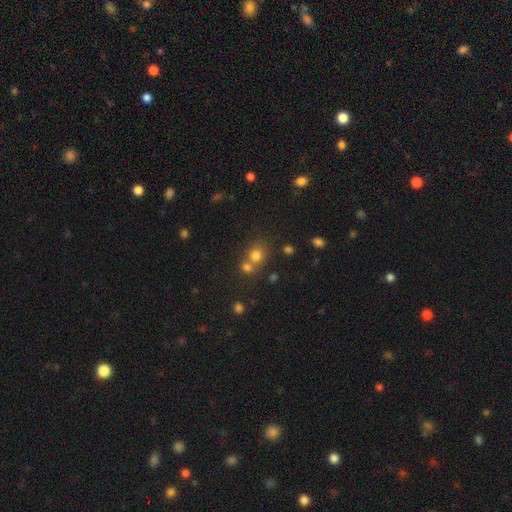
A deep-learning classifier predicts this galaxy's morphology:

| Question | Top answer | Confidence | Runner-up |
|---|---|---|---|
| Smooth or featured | smooth | 75% | star or artifact (16%) |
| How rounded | round | 81% | in between (18%) |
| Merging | none | 49% | merger (40%) |